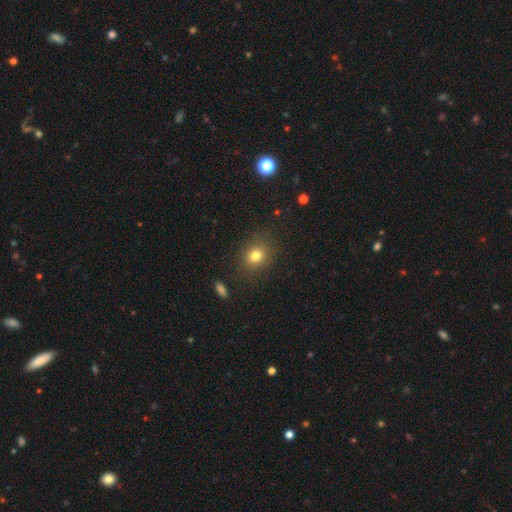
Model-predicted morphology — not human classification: A smooth galaxy with no disk features (78%) that is round (62%). Merging: none (84%).